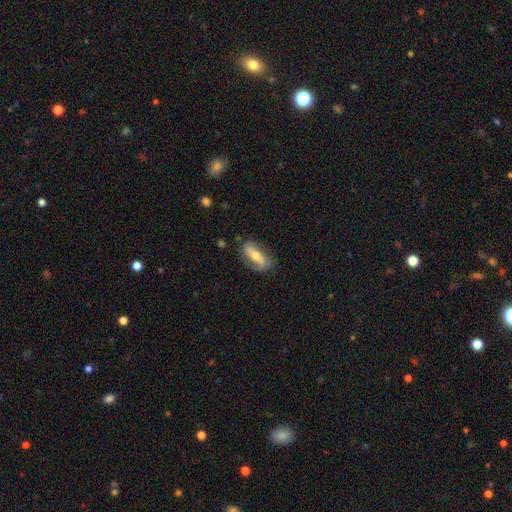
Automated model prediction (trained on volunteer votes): A featured or disk galaxy (66%) with a strong bar (43%), spiral arms (82%) and a moderate central bulge (57%).

Vote fractions:
- Smooth or featured? featured or disk: 66% / smooth: 26% / star or artifact: 8%
- Edge-on disk? no: 83% / yes: 17%
- Bar? strong: 43% / no: 29% / weak: 28%
- Spiral arms? yes: 82% / no: 18%
- Bulge size? moderate: 57% / small: 36% / large: 3% / none: 2% / dominant: 1%
- Merging? none: 75% / minor disturbance: 18% / major disturbance: 5% / merger: 2%